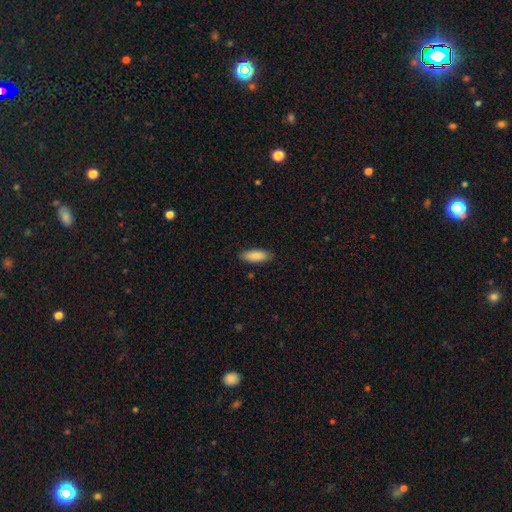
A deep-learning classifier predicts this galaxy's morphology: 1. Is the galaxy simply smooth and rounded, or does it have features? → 89% smooth, 6% star or artifact, 5% featured or disk.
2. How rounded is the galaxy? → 73% in between, 26% cigar-shaped, 2% round.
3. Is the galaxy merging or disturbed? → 85% none, 12% minor disturbance, 2% major disturbance, 1% merger.